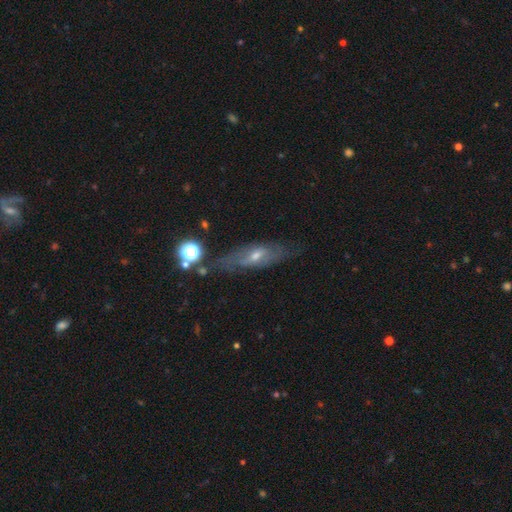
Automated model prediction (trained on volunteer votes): This is likely a featured or disk galaxy (62%). It is possibly not viewed edge-on (58%). Merging: likely none (72%).